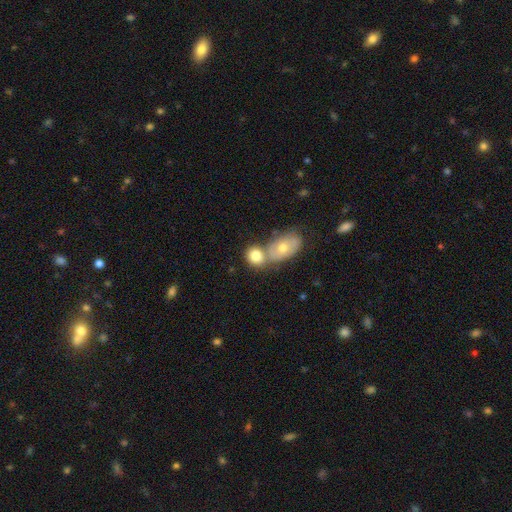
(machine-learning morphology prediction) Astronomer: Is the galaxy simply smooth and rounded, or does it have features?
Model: smooth — 76%.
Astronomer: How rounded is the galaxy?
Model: in between — 51% (runner-up: round, 47%).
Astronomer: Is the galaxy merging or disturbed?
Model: merger — 54% (runner-up: none, 32%).